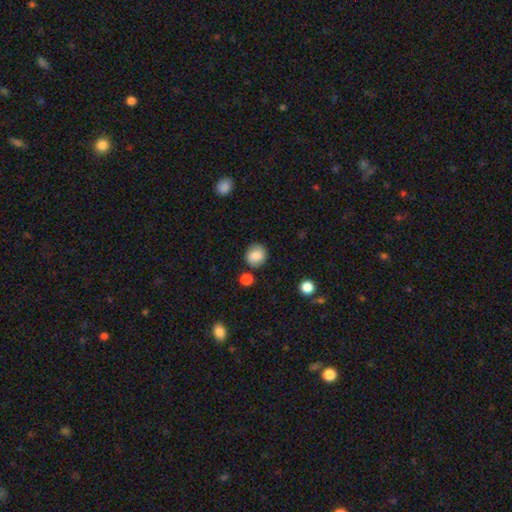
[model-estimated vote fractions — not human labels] smooth_or_featured: smooth (p=0.80) [alt: featured or disk p=0.11]
how_rounded: round (p=0.82) [alt: in between p=0.17]
merging: none (p=0.78) [alt: minor disturbance p=0.13]